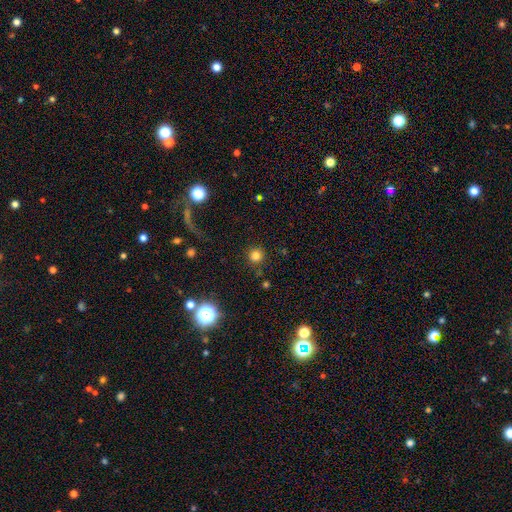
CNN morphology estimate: smooth_or_featured: smooth (p=0.79) [alt: star or artifact p=0.15]
how_rounded: round (p=0.95) [alt: in between p=0.04]
merging: none (p=0.88) [alt: minor disturbance p=0.07]